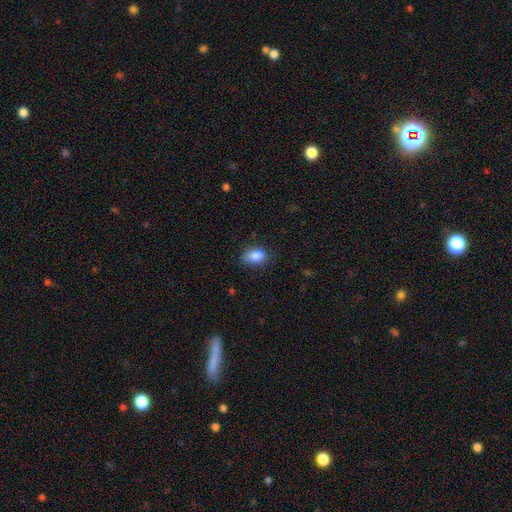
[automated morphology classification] Smooth or featured? Predicted: smooth (p=0.87). How rounded? Predicted: in between (p=0.85). Merging? Predicted: none (p=0.71).